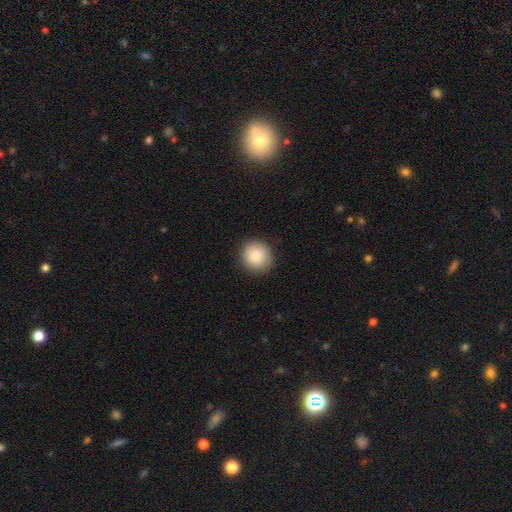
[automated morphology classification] Smooth or featured? smooth (86%)
How rounded? round (91%)
Merging? none (90%)